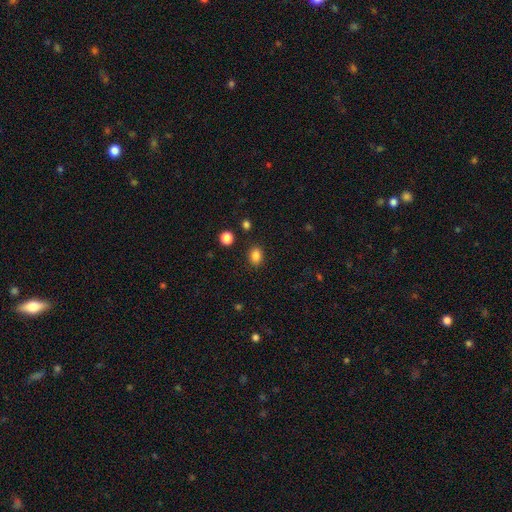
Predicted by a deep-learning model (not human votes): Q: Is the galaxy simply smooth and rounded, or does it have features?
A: smooth — 85%.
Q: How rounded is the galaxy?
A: in between — 66%.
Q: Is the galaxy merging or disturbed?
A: none — 86%.